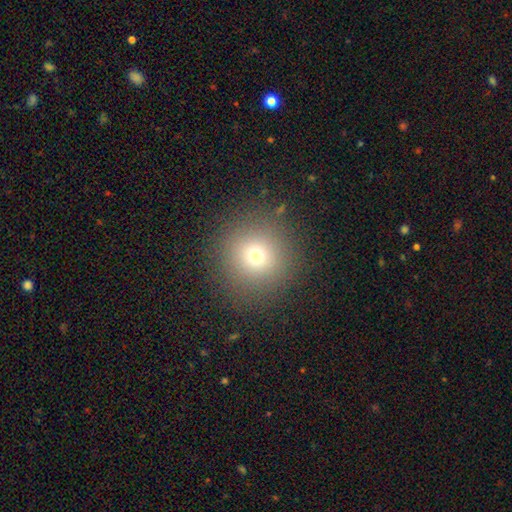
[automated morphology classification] Smooth or featured? Predicted: smooth (p=0.71). How rounded? Predicted: round (p=0.95). Merging? Predicted: none (p=0.89).